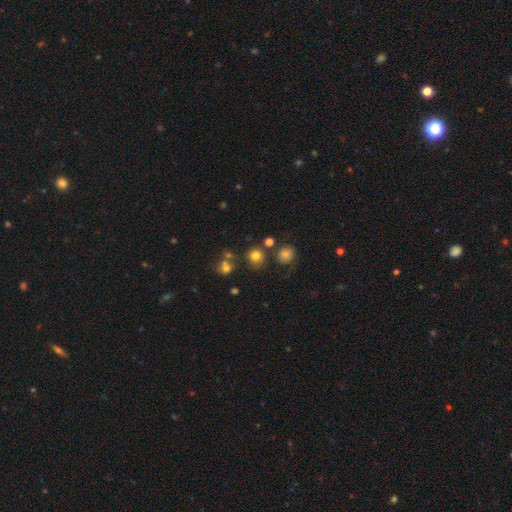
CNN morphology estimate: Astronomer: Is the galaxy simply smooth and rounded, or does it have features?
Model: smooth — 76%.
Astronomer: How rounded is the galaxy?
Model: round — 86%.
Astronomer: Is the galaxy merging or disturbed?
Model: none — 74%.